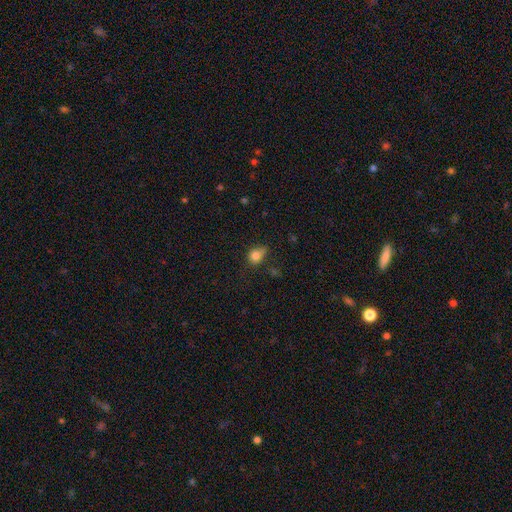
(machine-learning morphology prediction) This is clearly a smooth galaxy (80%). How rounded: possibly round (57%). Merging: marginally none (45%).